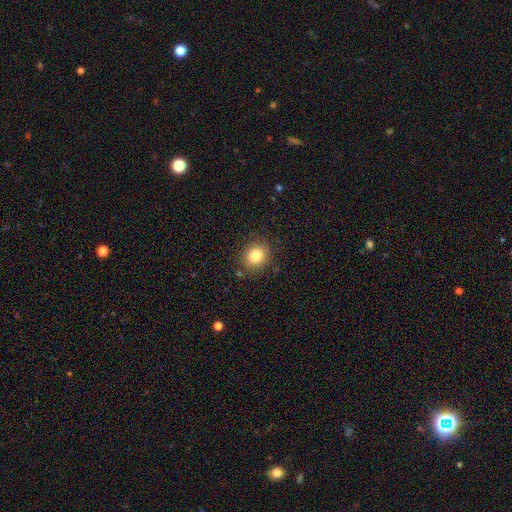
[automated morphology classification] smooth_or_featured: smooth (p=0.82) [alt: star or artifact p=0.11]
how_rounded: round (p=0.70) [alt: in between p=0.29]
merging: none (p=0.86) [alt: minor disturbance p=0.10]